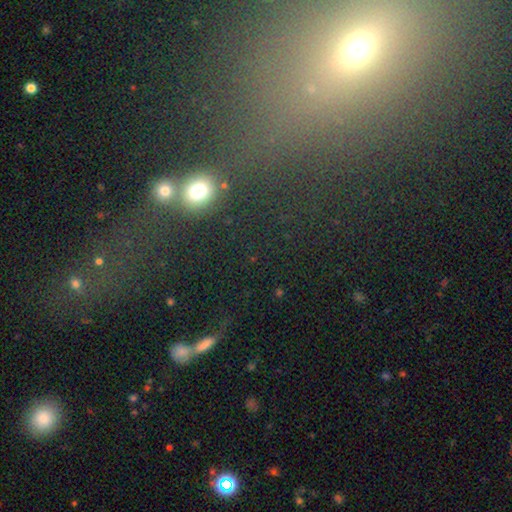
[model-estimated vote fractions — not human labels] smooth_or_featured: star or artifact (p=0.44) [alt: smooth p=0.38]